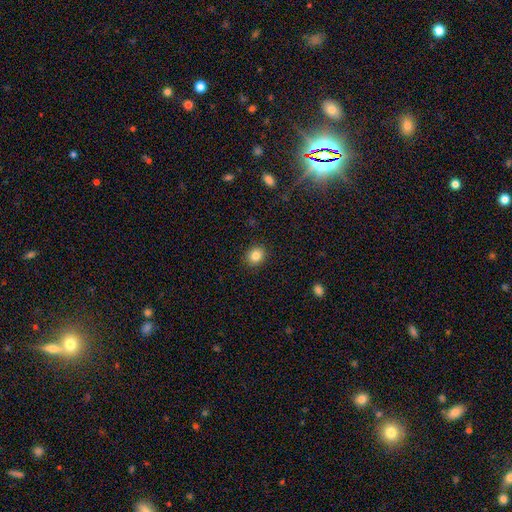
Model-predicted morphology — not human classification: type=smooth (84%); roundness=round (67%); merging=none (90%).